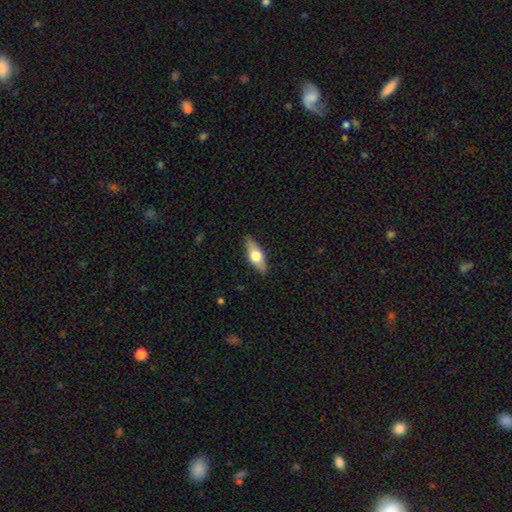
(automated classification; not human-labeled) This is possibly a smooth galaxy (58%). How rounded: likely in between (69%). Merging: clearly none (87%).